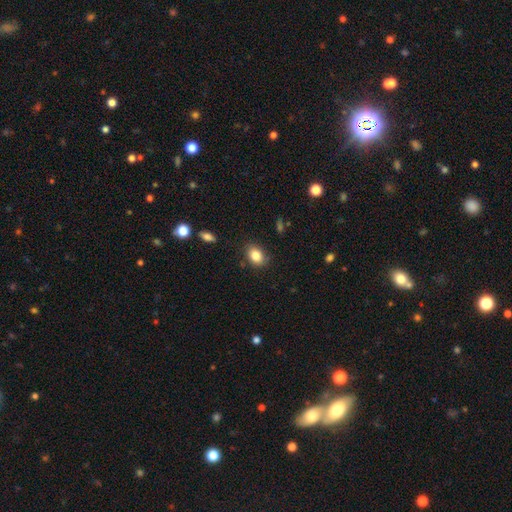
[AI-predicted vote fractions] Q: Smooth or featured?
A: smooth (84%); runner-up: star or artifact (9%)
Q: How rounded?
A: in between (75%); runner-up: round (24%)
Q: Merging?
A: none (82%); runner-up: minor disturbance (13%)